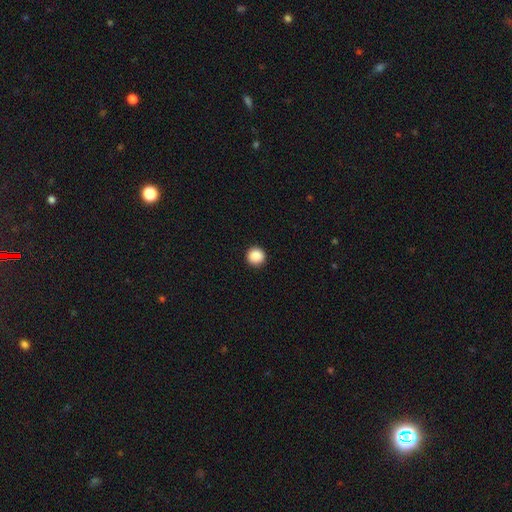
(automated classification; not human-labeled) Q: Smooth or featured?
A: smooth (89%); runner-up: star or artifact (9%)
Q: How rounded?
A: round (96%); runner-up: in between (3%)
Q: Merging?
A: none (93%); runner-up: minor disturbance (5%)